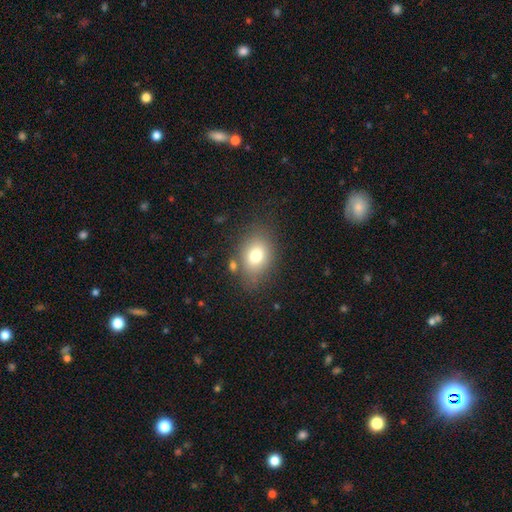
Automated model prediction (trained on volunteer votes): Overall: smooth (76%). How rounded: in between (66%; round 33%). Merging: none (72%).